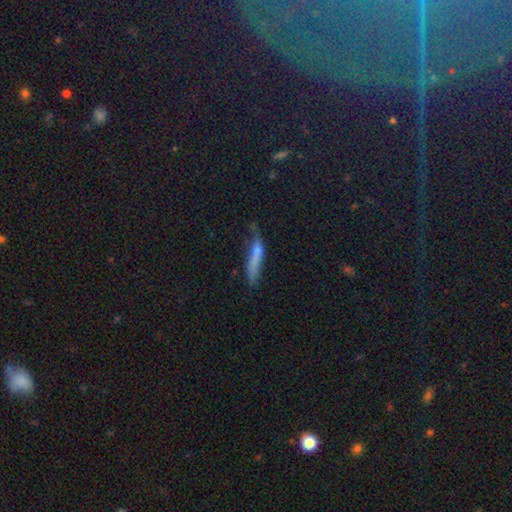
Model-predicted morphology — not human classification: A smooth galaxy with no disk features (66%) that is cigar-shaped (85%).

Vote fractions:
- Smooth or featured? smooth: 66% / featured or disk: 25% / star or artifact: 9%
- How rounded? cigar-shaped: 85% / in between: 13% / round: 2%
- Merging? none: 43% / minor disturbance: 31% / major disturbance: 20% / merger: 6%